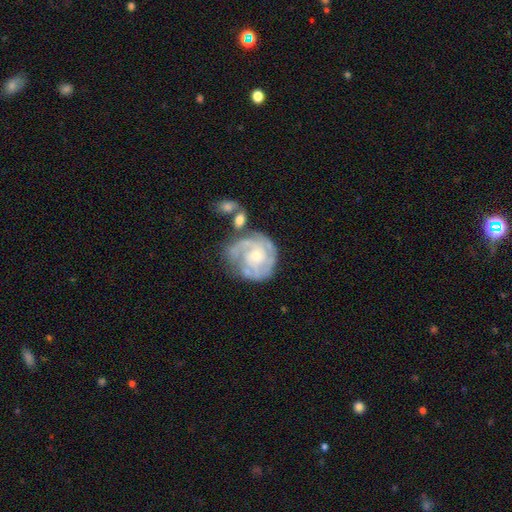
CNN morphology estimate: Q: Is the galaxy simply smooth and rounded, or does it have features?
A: featured or disk — 82%.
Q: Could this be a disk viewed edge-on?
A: no — 98%.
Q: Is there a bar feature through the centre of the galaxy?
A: no — 77%.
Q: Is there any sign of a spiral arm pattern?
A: yes — 91%.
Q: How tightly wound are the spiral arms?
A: tight — 68%.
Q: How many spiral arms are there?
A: can't tell — 32%.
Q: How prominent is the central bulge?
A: small — 53%.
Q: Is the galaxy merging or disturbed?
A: none — 54%.